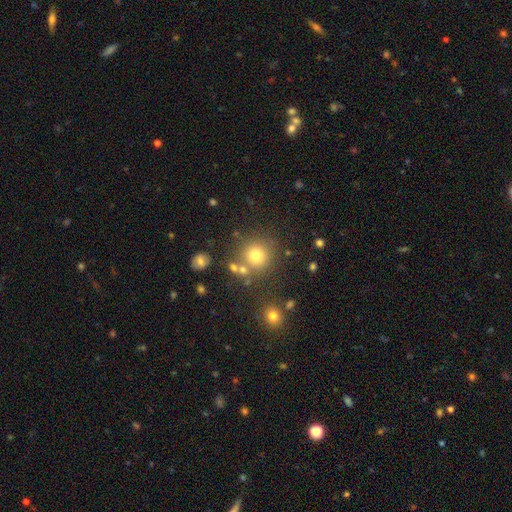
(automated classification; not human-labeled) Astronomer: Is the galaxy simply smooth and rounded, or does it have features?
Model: smooth — 75%.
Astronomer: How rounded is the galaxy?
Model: round — 92%.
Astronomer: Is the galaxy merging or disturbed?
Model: none — 75%.